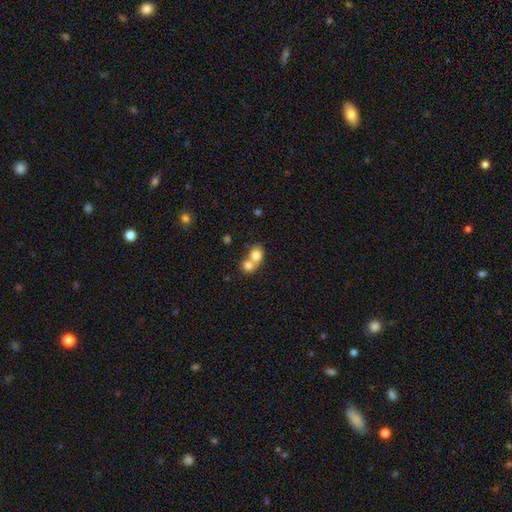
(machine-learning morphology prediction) This is likely a smooth galaxy (76%). How rounded: likely round (62%). Merging: likely merger (71%).